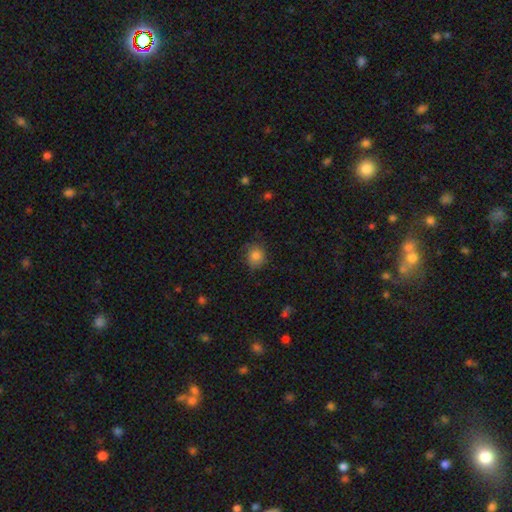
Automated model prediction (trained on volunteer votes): Smooth or featured: smooth — 82% (star or artifact — 10%)
How rounded: round — 78% (in between — 22%)
Merging: none — 74% (minor disturbance — 20%)